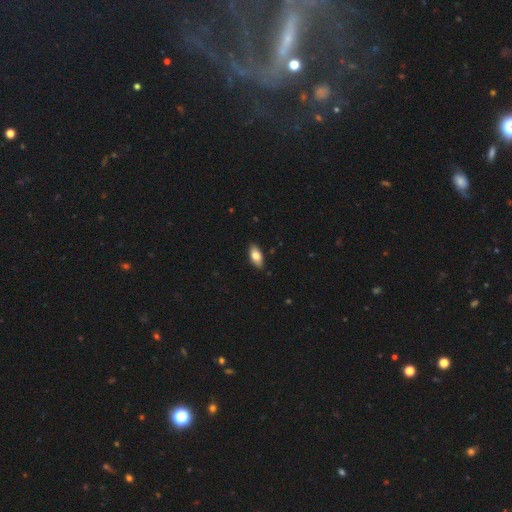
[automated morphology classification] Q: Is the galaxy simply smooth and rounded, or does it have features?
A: smooth — 80%.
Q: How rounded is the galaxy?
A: in between — 90%.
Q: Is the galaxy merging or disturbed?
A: none — 87%.